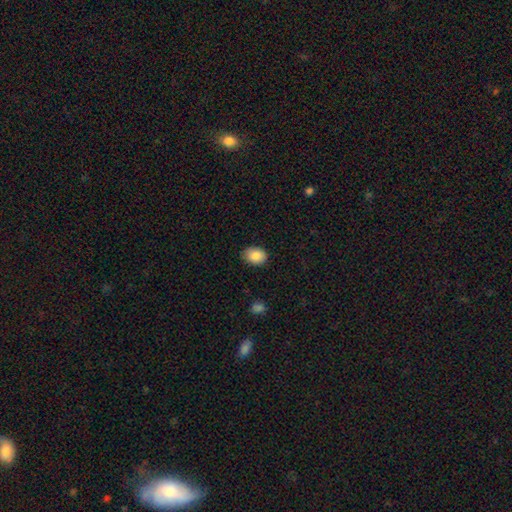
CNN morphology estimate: smooth 87%, star or artifact 8%, featured or disk 5%. Down the decision tree: how rounded — in between (70%); merging — none (81%).